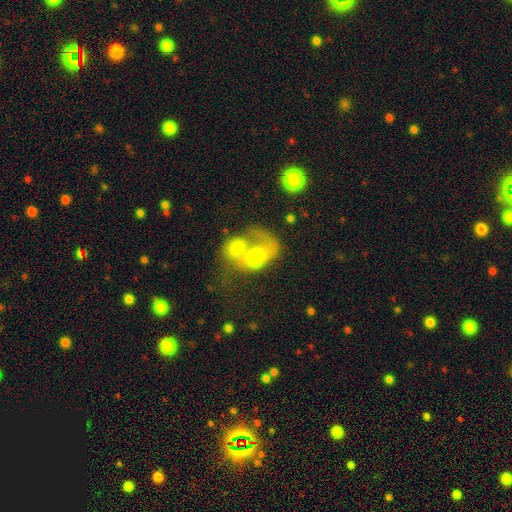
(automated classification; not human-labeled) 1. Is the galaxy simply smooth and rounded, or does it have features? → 45% smooth (tied), 45% featured or disk (tied), 10% star or artifact.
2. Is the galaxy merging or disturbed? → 76% merger, 12% major disturbance, 7% none, 4% minor disturbance.